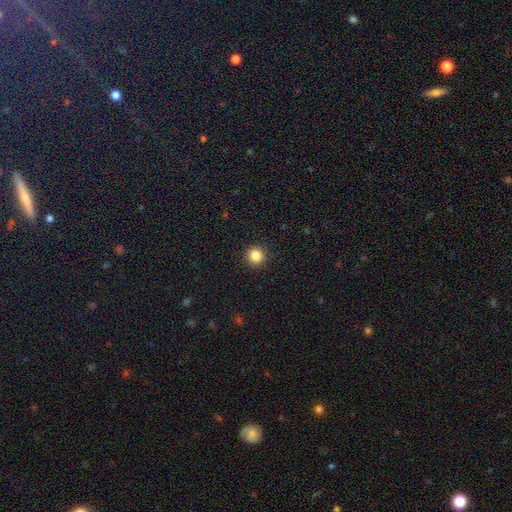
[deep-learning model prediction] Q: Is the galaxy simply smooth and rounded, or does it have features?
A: smooth — 85%.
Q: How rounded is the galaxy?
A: round — 94%.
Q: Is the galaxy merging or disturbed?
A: none — 92%.